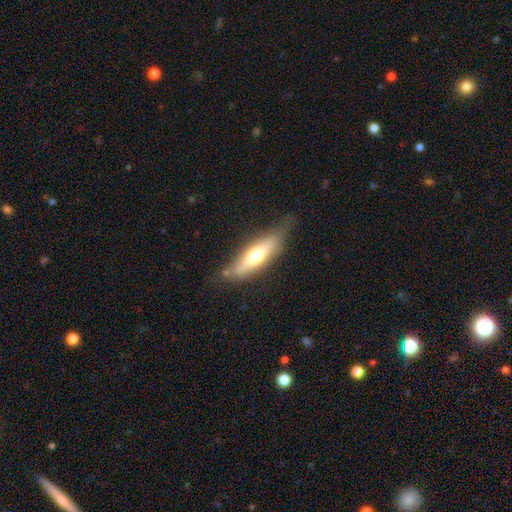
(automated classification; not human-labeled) This is possibly a smooth galaxy (53%). How rounded: likely cigar-shaped (60%). Merging: likely none (66%).